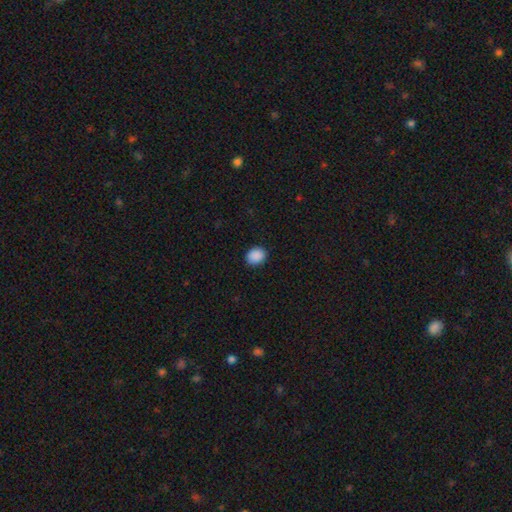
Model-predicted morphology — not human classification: Q: Smooth or featured?
A: smooth (89%); runner-up: star or artifact (8%)
Q: How rounded?
A: round (55%); runner-up: in between (44%)
Q: Merging?
A: none (88%); runner-up: minor disturbance (9%)